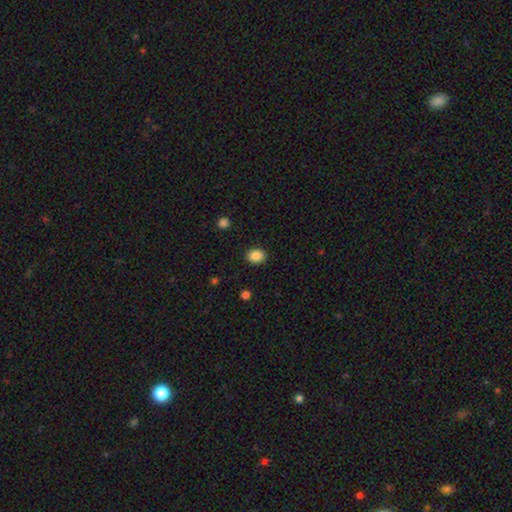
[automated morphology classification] Smooth or featured? Predicted: smooth (p=0.87). How rounded? Predicted: round (p=0.53). Merging? Predicted: none (p=0.89).